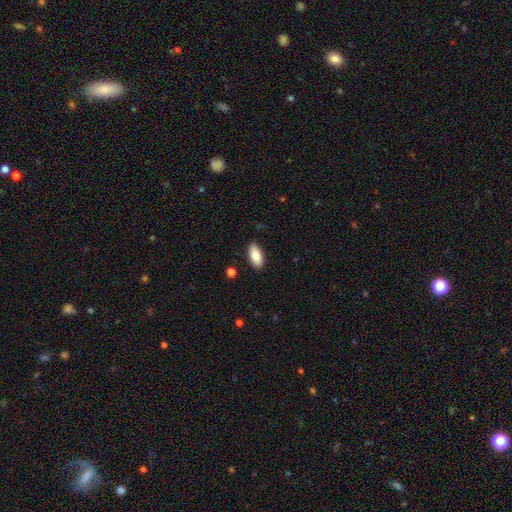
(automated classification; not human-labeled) Smooth or featured? Predicted: smooth (p=0.83). How rounded? Predicted: in between (p=0.90). Merging? Predicted: none (p=0.89).